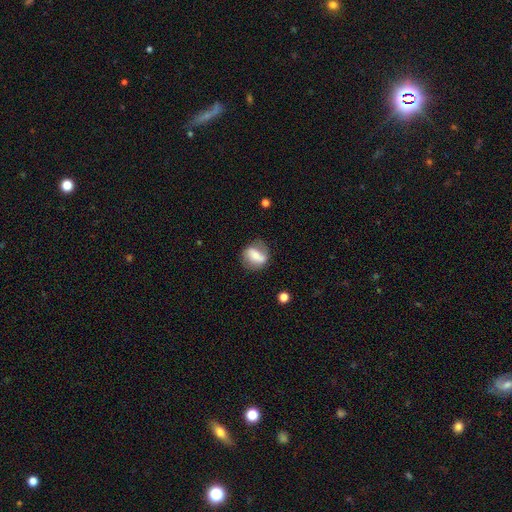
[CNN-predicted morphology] A smooth galaxy with no disk features (51%) that is round (53%). Merging: none (65%).